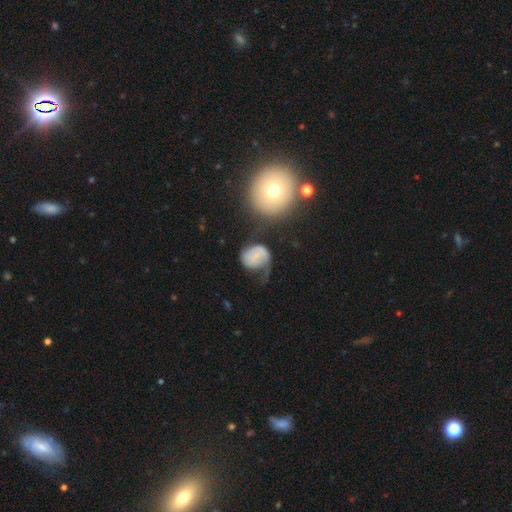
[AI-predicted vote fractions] smooth 47%, featured or disk 44%, star or artifact 9%. Down the decision tree: merging — none (35%).